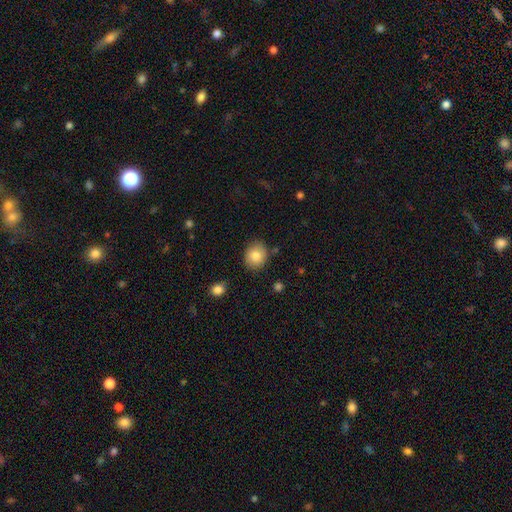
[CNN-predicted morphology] A smooth galaxy with no disk features (83%) that is round (69%). Merging: none (83%).